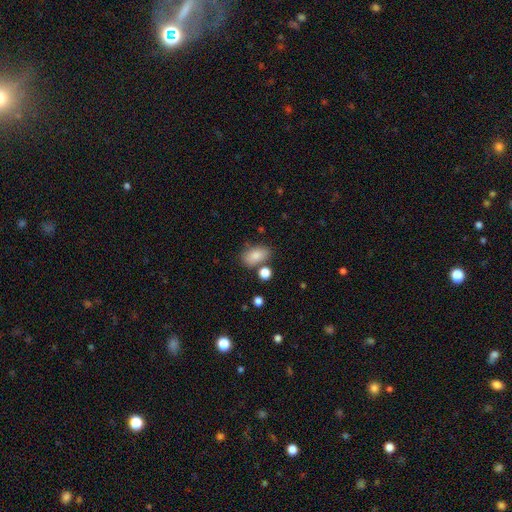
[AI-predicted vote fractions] Smooth or featured? Predicted: smooth (p=0.84). How rounded? Predicted: in between (p=0.89). Merging? Predicted: none (p=0.69).